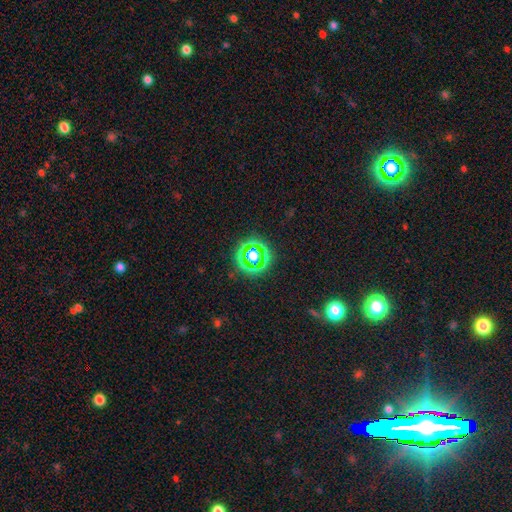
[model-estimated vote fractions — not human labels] Smooth or featured: star or artifact — 74% (smooth — 18%)